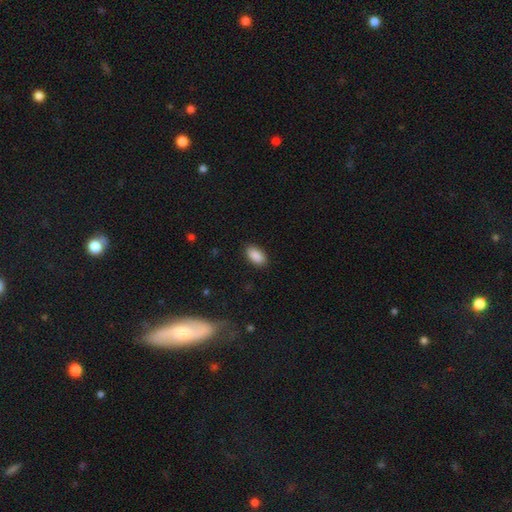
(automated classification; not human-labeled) Morphology: type=smooth (90%); roundness=in between (94%); merging=none (88%).